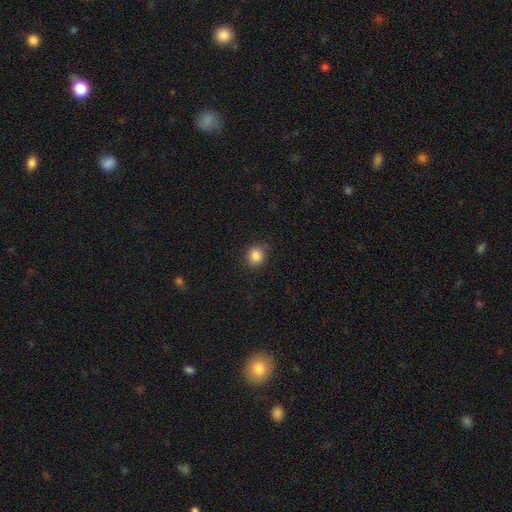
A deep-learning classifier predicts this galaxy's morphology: Q: Smooth or featured?
A: smooth (85%); runner-up: star or artifact (11%)
Q: How rounded?
A: round (82%); runner-up: in between (17%)
Q: Merging?
A: none (85%); runner-up: minor disturbance (11%)